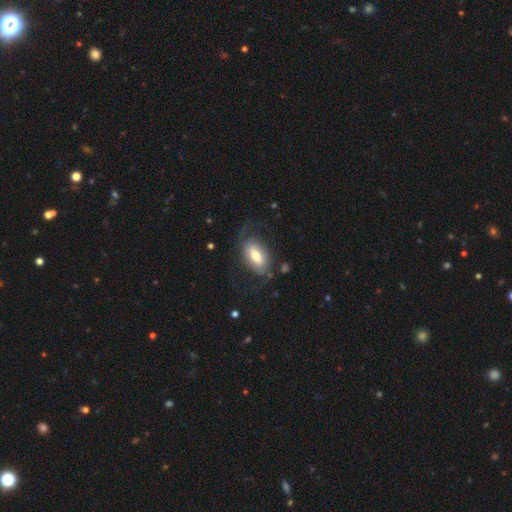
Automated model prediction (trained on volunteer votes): Smooth or featured: smooth — 49% (featured or disk — 44%)
Merging: none — 57% (major disturbance — 21%)